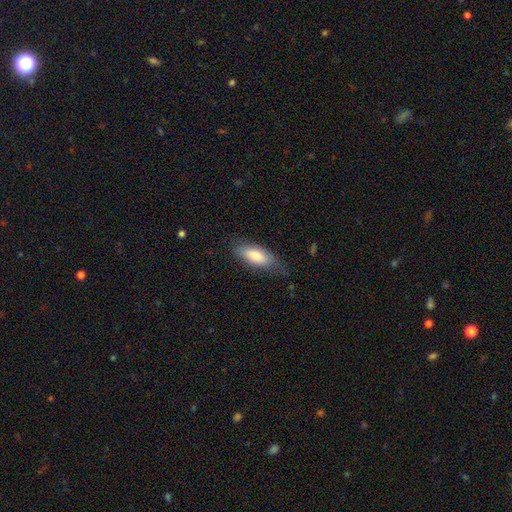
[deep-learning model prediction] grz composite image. It shows a smooth galaxy with no disk features (82%) that is in between round and cigar-shaped (76%). Merging: none (67%).